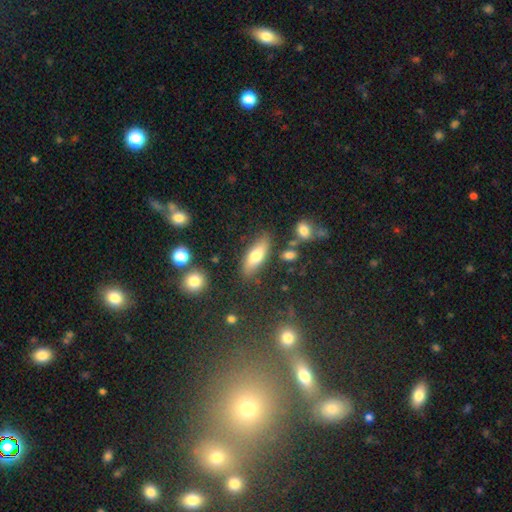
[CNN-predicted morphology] Overall: smooth (68%). How rounded: in between (65%; cigar-shaped 32%). Merging: none (78%).